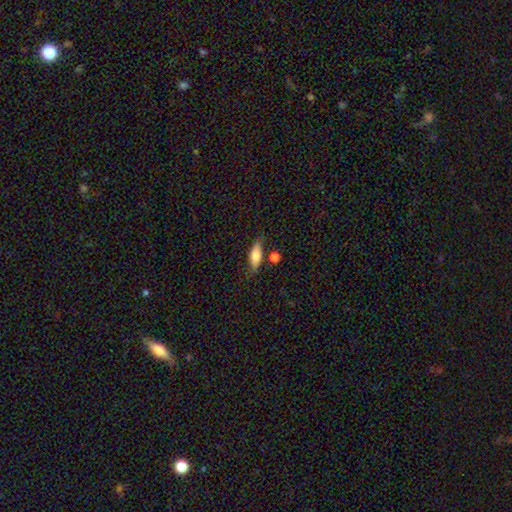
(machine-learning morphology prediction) A smooth galaxy with no disk features (76%) that is in between round and cigar-shaped (72%). Merging: none (74%).